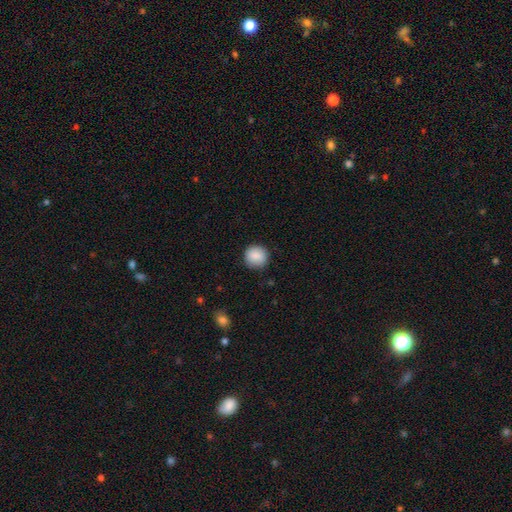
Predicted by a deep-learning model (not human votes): Q: Smooth or featured?
A: smooth (88%); runner-up: star or artifact (8%)
Q: How rounded?
A: round (92%); runner-up: in between (7%)
Q: Merging?
A: none (88%); runner-up: minor disturbance (9%)